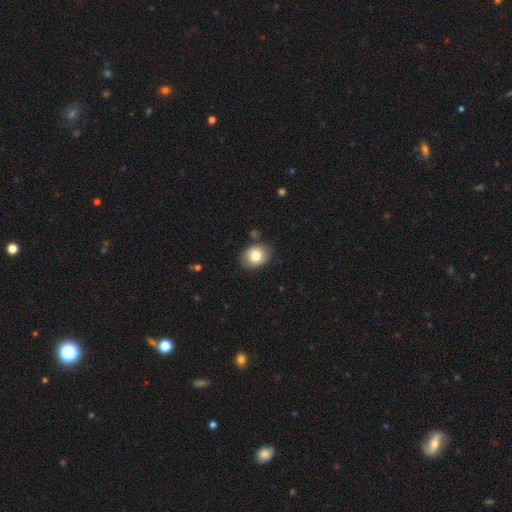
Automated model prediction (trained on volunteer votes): smooth 79%, featured or disk 13%, star or artifact 8%. Down the decision tree: how rounded — in between (58%); merging — none (79%).